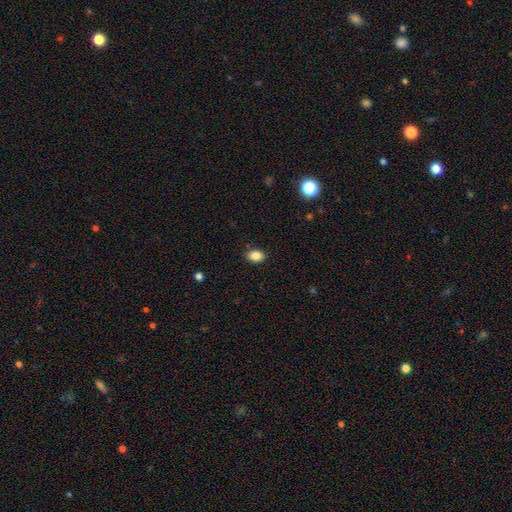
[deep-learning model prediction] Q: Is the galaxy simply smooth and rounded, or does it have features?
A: smooth — 87%.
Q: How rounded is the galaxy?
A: in between — 78%.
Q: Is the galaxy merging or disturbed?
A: none — 88%.